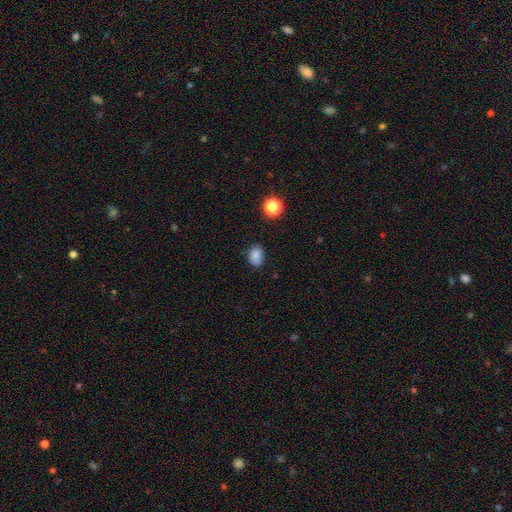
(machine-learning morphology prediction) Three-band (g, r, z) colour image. It shows a smooth galaxy with no disk features (84%) that is in between round and cigar-shaped (74%). Merging: none (77%).